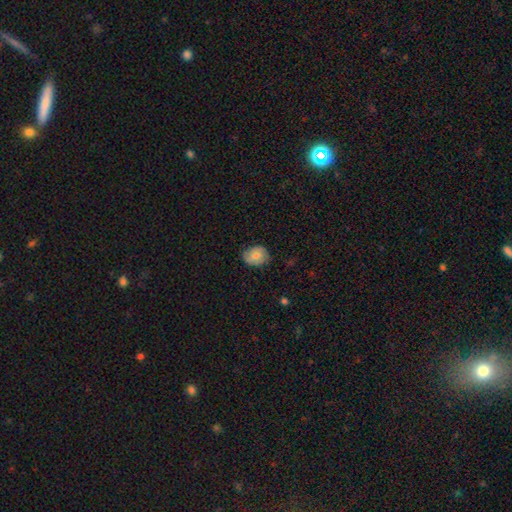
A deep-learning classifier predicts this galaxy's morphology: smooth 68%, featured or disk 24%, star or artifact 8%. Down the decision tree: how rounded — round (51%); merging — none (78%).